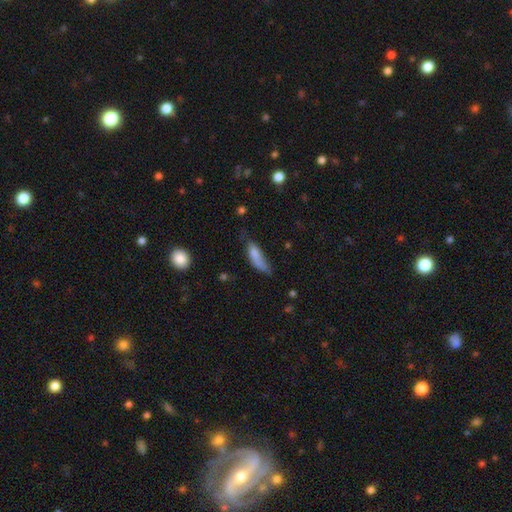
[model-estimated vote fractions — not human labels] A smooth galaxy with no disk features (76%) that is in between round and cigar-shaped (52%).

Vote fractions:
- Smooth or featured? smooth: 76% / featured or disk: 16% / star or artifact: 8%
- How rounded? in between: 52% / cigar-shaped: 46% / round: 2%
- Merging? minor disturbance: 38% / none: 33% / major disturbance: 23% / merger: 5%